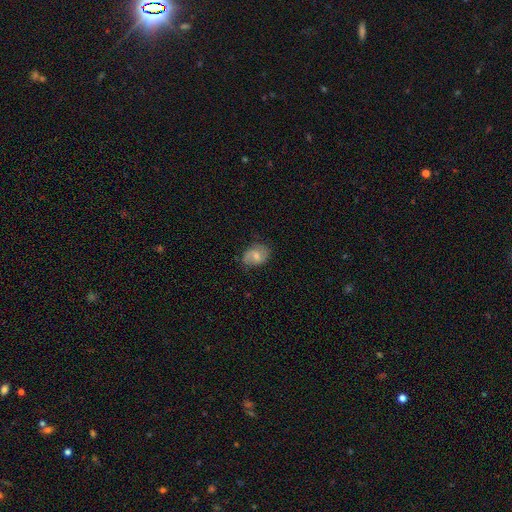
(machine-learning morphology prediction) featured or disk 48%, smooth 44%, star or artifact 8%. Down the decision tree: merging — none (68%).